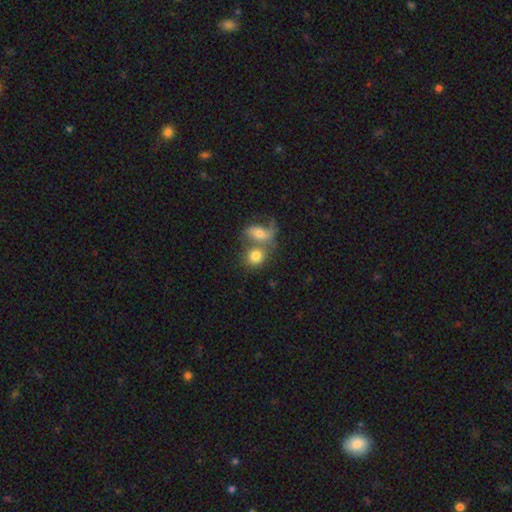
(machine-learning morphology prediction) The model was most divided on "merging": merger: 56%, none: 29%, minor disturbance: 8%, major disturbance: 7%. More confident: smooth or featured — smooth (72%); how rounded — round (66%).